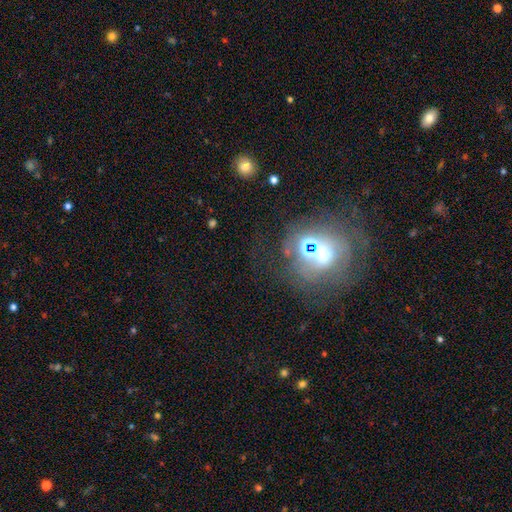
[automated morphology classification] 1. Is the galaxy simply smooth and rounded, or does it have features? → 46% star or artifact, 28% featured or disk, 25% smooth.